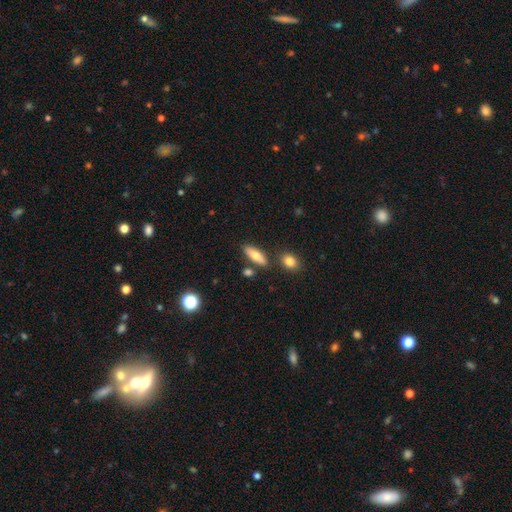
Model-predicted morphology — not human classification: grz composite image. It shows a smooth galaxy with no disk features (71%) that is in between round and cigar-shaped (56%). Merging: none (78%).